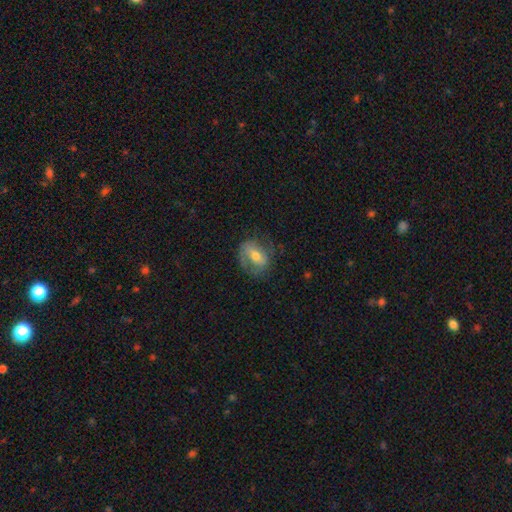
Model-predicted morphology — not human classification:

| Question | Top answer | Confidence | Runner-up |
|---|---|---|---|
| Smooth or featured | featured or disk | 49% | smooth (43%) |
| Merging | none | 63% | minor disturbance (22%) |